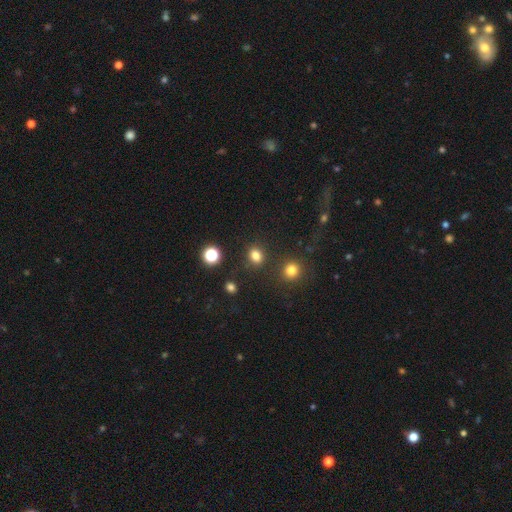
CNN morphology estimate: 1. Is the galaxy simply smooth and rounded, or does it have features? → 81% smooth, 14% star or artifact, 5% featured or disk.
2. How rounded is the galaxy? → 50% round, 49% in between, 1% cigar-shaped.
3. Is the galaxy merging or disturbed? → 83% none, 9% minor disturbance, 5% merger, 3% major disturbance.